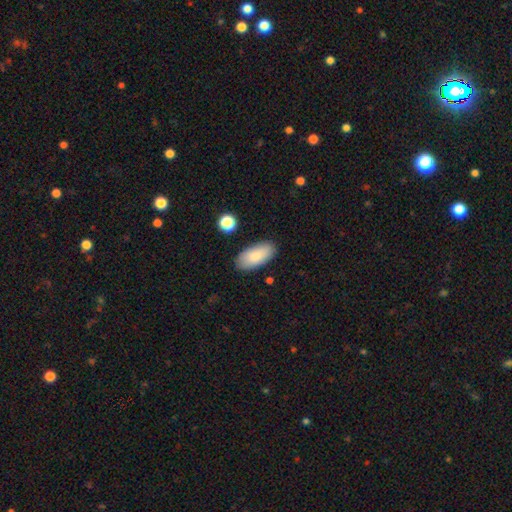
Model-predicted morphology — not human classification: This is clearly a smooth galaxy (86%). How rounded: clearly in between (92%). Merging: clearly none (85%).